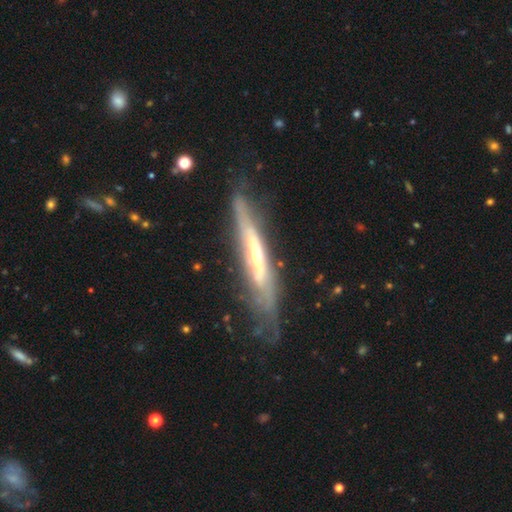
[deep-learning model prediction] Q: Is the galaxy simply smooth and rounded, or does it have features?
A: featured or disk — 75%.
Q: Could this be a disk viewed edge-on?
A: yes — 69%.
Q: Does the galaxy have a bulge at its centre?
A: rounded — 48%.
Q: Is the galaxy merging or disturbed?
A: none — 64%.